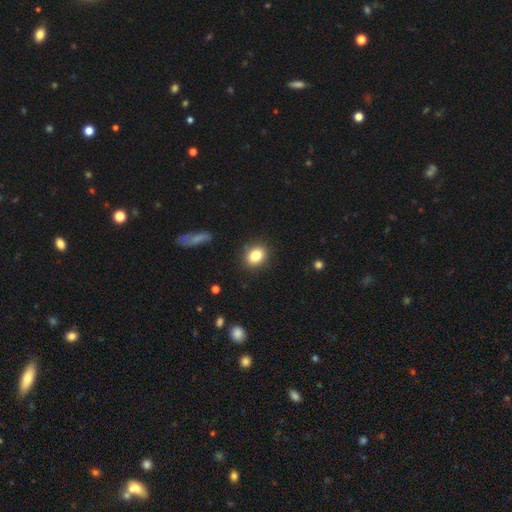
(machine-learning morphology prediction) Smooth or featured?
  - smooth: 83% *
  - star or artifact: 10%
  - featured or disk: 7%
How rounded?
  - round: 53% *
  - in between: 46%
  - cigar-shaped: 1%
Merging?
  - none: 88% *
  - minor disturbance: 8%
  - major disturbance: 2%
  - merger: 1%